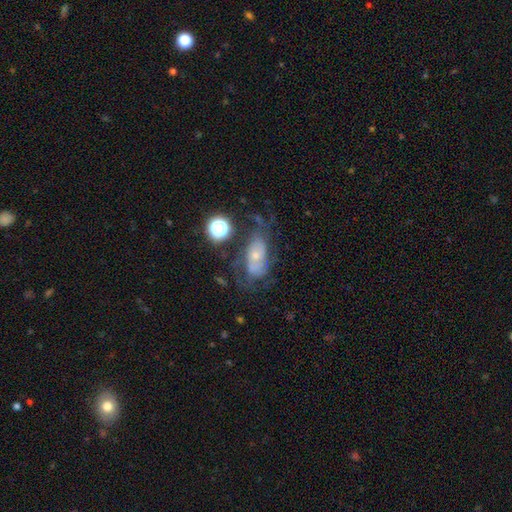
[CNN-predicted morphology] A featured or disk galaxy (58%) with no bar (78%), spiral arms (67%) and a small central bulge (64%).

Vote fractions:
- Smooth or featured? featured or disk: 58% / smooth: 27% / star or artifact: 15%
- Edge-on disk? no: 91% / yes: 9%
- Bar? no: 78% / weak: 17% / strong: 4%
- Spiral arms? yes: 67% / no: 33%
- Bulge size? small: 64% / moderate: 29% / none: 3% / large: 2% / dominant: 1%
- Merging? none: 45% / major disturbance: 24% / minor disturbance: 24% / merger: 7%